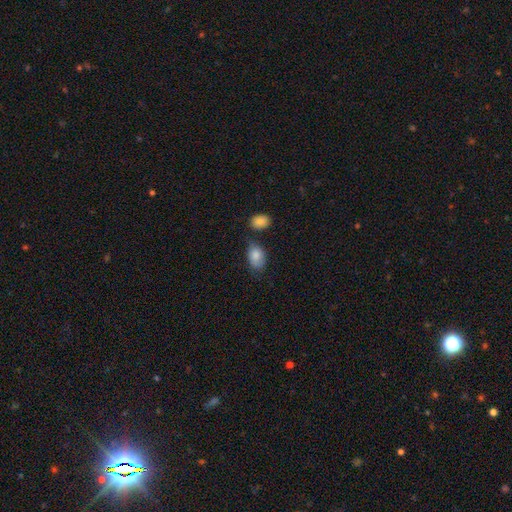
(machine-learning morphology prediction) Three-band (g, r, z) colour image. It shows a smooth galaxy with no disk features (86%) that is in between round and cigar-shaped (88%). Merging: none (60%).